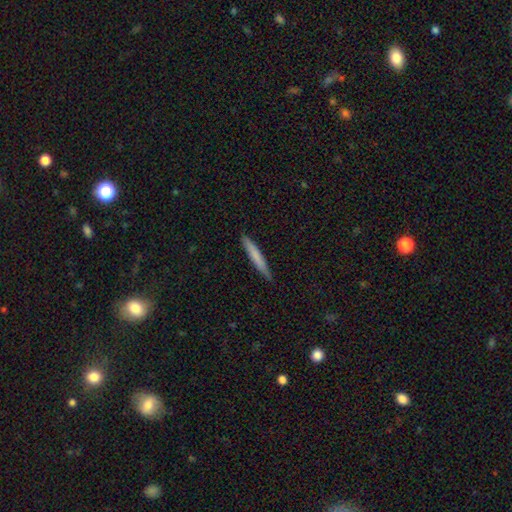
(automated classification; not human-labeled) smooth 72%, featured or disk 22%, star or artifact 5%. Down the decision tree: how rounded — cigar-shaped (96%); merging — none (88%).